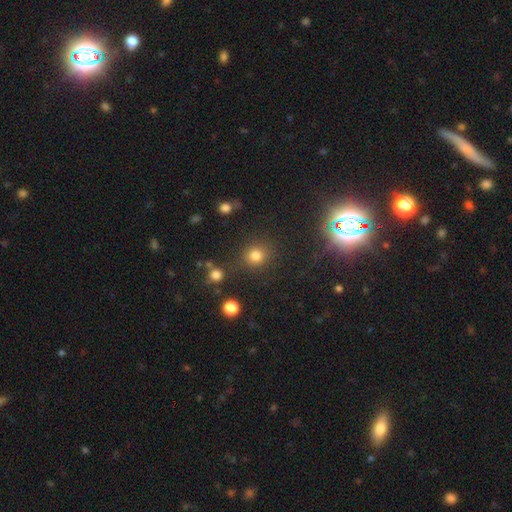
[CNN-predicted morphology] Smooth or featured? Predicted: smooth (p=0.79). How rounded? Predicted: round (p=0.86). Merging? Predicted: none (p=0.79).